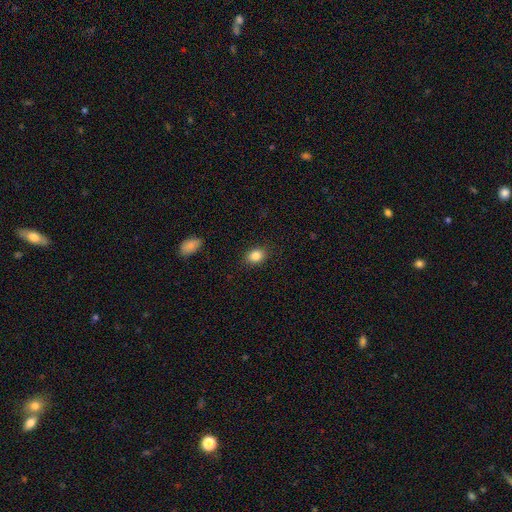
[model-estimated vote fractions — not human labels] This is clearly a smooth galaxy (85%). How rounded: possibly in between (54%). Merging: clearly none (88%).